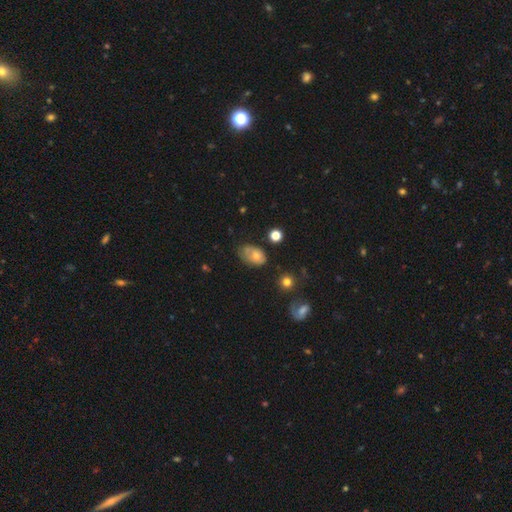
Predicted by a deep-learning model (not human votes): Smooth or featured?
  - smooth: 65% *
  - featured or disk: 25%
  - star or artifact: 10%
How rounded?
  - in between: 85% *
  - round: 14%
  - cigar-shaped: 2%
Merging?
  - none: 44% *
  - minor disturbance: 37%
  - major disturbance: 14%
  - merger: 5%